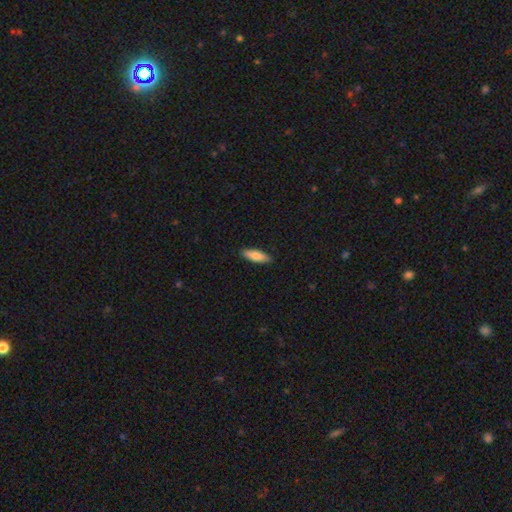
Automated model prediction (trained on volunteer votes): The model was most divided on "how rounded" (2-way tie): cigar-shaped: 49%, in between: 49%, round: 2%. More confident: merging — none (90%); smooth or featured — smooth (81%).